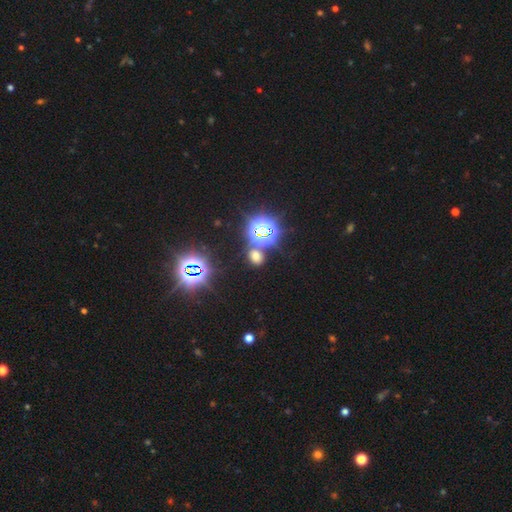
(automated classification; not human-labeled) Smooth or featured?
  - star or artifact: 48% *
  - smooth: 45%
  - featured or disk: 7%